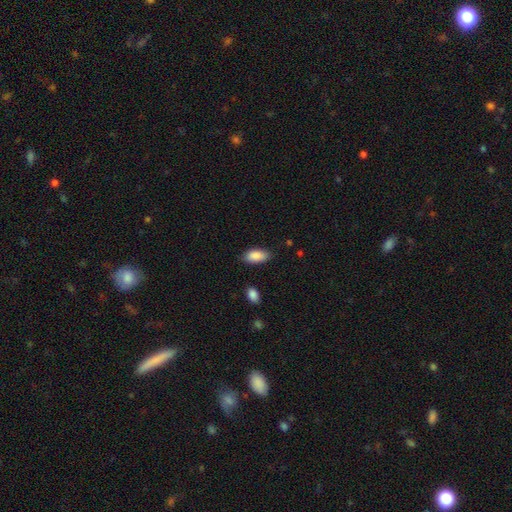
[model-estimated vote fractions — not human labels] This is clearly a smooth galaxy (88%). How rounded: clearly in between (92%). Merging: clearly none (81%).